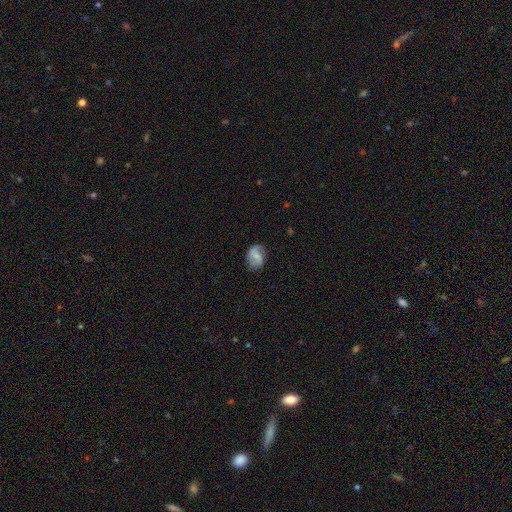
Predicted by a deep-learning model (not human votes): The model was most divided on "smooth or featured": smooth: 52%, featured or disk: 39%, star or artifact: 8%. More confident: how rounded — in between (71%); merging — none (68%).